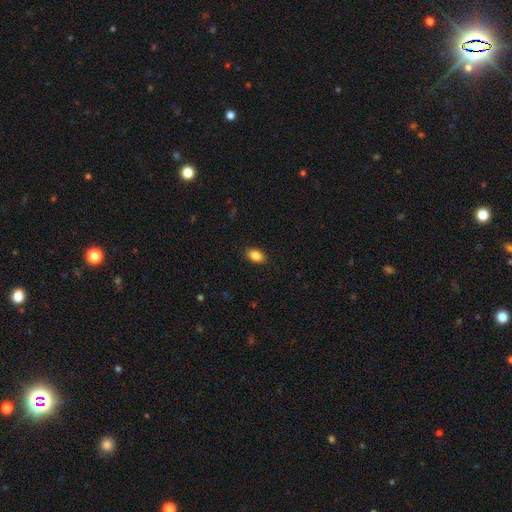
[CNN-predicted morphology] smooth-or-featured: smooth: 86% | star or artifact: 9% | featured or disk: 5%
  how-rounded: in between: 86% | round: 12% | cigar-shaped: 2%
  merging: none: 89% | minor disturbance: 8% | major disturbance: 2% | merger: 1%